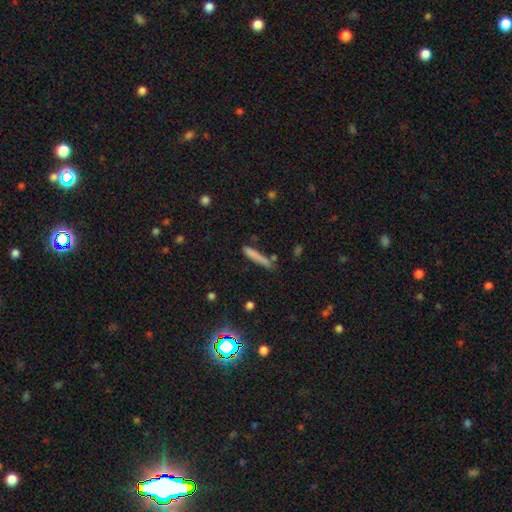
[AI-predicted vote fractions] Q: Smooth or featured?
A: smooth (77%); runner-up: featured or disk (14%)
Q: How rounded?
A: cigar-shaped (92%); runner-up: in between (7%)
Q: Merging?
A: none (72%); runner-up: minor disturbance (18%)